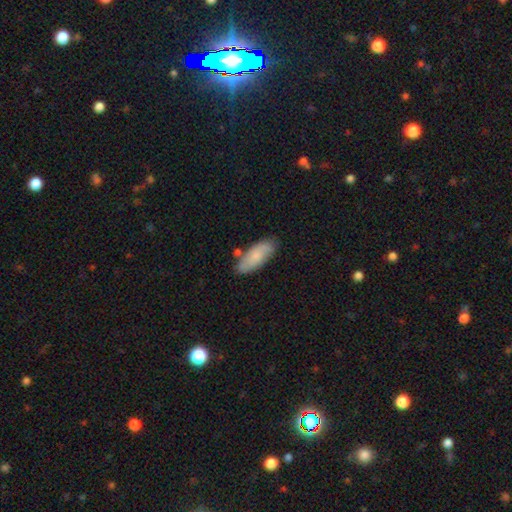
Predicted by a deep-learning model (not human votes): Smooth or featured? Predicted: smooth (p=0.77). How rounded? Predicted: in between (p=0.75). Merging? Predicted: none (p=0.75).